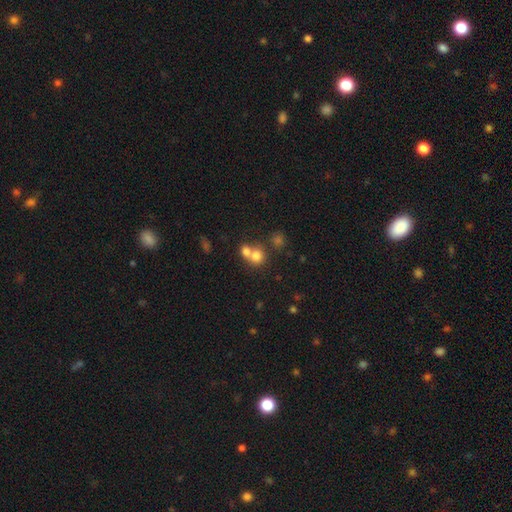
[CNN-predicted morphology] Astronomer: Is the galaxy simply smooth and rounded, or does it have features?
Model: smooth — 74%.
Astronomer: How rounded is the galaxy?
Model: round — 80%.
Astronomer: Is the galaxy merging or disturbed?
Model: merger — 56% (runner-up: none, 35%).